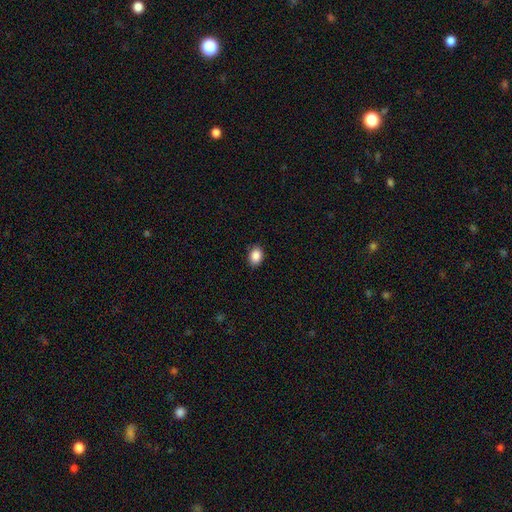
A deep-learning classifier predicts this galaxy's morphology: This is clearly a smooth galaxy (88%). How rounded: likely in between (66%). Merging: clearly none (85%).